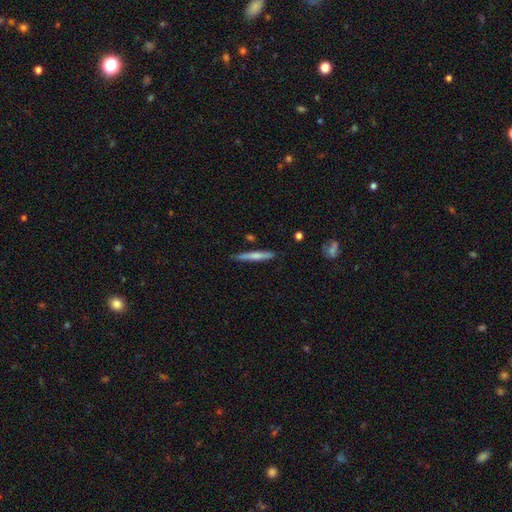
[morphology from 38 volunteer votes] A smooth galaxy with no disk features (50%) that is cigar-shaped (95%).

Vote fractions:
- Smooth or featured? smooth: 50% / featured or disk: 45% / star or artifact: 5%
- How rounded? cigar-shaped: 95% / round: 5% / in between: 0%
- Merging? none: 75% / minor disturbance: 17% / merger: 6% / major disturbance: 3%